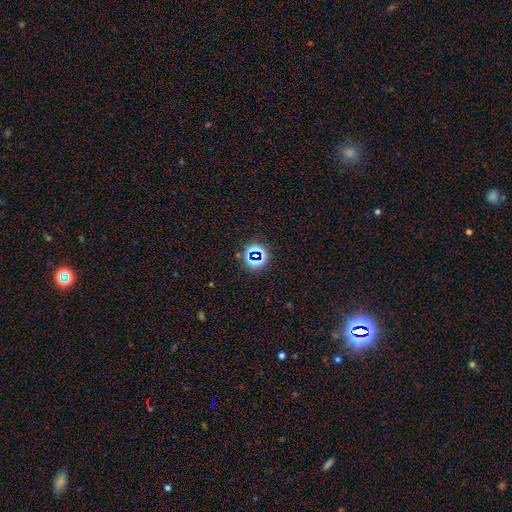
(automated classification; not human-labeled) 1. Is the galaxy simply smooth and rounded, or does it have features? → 67% star or artifact, 23% smooth, 10% featured or disk.